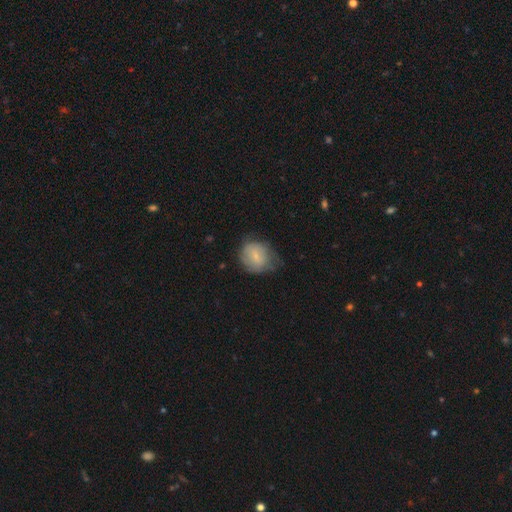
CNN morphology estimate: A smooth galaxy with no disk features (68%) that is round (69%).

Vote fractions:
- Smooth or featured? smooth: 68% / featured or disk: 25% / star or artifact: 8%
- How rounded? round: 69% / in between: 30% / cigar-shaped: 1%
- Merging? none: 50% / minor disturbance: 34% / major disturbance: 15% / merger: 1%